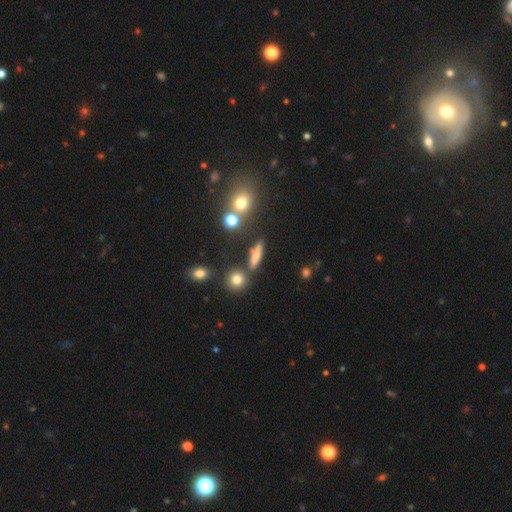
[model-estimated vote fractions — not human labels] smooth 46%, featured or disk 28%, star or artifact 26%. Down the decision tree: merging — none (73%).